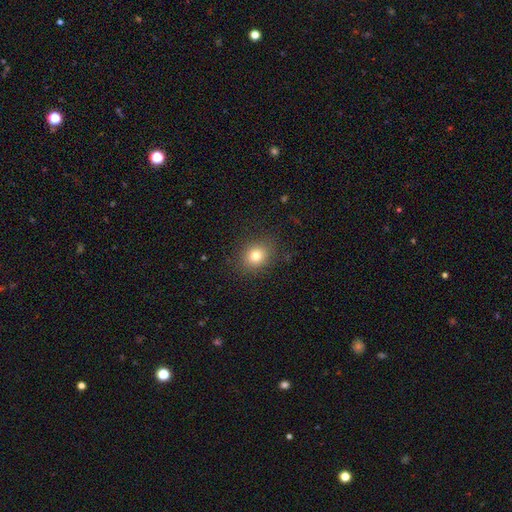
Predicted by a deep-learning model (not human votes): Overall: smooth (78%). How rounded: round (68%; in between 31%). Merging: none (86%).